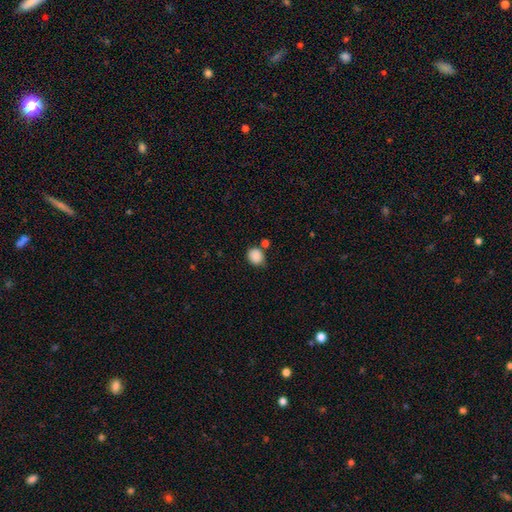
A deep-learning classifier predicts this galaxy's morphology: smooth 87%, star or artifact 9%, featured or disk 4%. Down the decision tree: how rounded — round (59%); merging — none (67%).